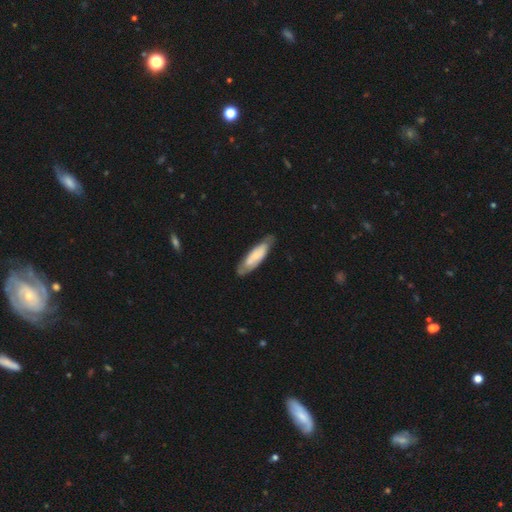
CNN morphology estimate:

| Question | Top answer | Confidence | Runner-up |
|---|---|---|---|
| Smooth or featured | smooth | 55% | featured or disk (40%) |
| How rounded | cigar-shaped | 53% | in between (45%) |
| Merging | none | 69% | minor disturbance (23%) |